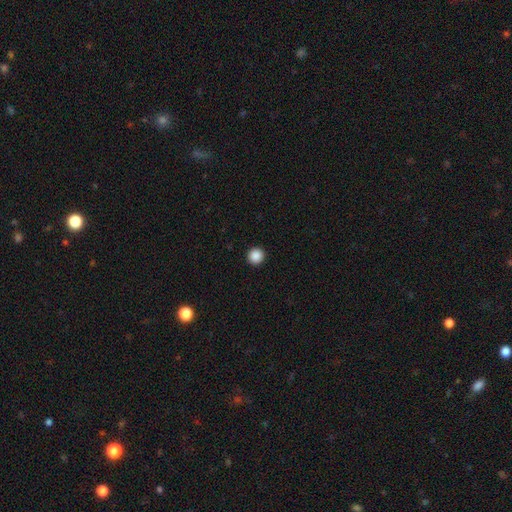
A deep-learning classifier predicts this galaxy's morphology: Q: Smooth or featured?
A: smooth (88%); runner-up: star or artifact (10%)
Q: How rounded?
A: round (95%); runner-up: in between (4%)
Q: Merging?
A: none (94%); runner-up: minor disturbance (4%)